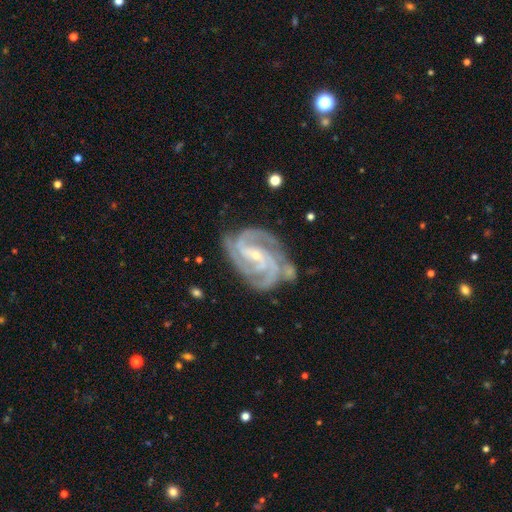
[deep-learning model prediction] Q: Smooth or featured?
A: featured or disk (94%); runner-up: star or artifact (4%)
Q: Edge-on disk?
A: no (98%); runner-up: yes (2%)
Q: Bar?
A: weak (39%); runner-up: no (31%)
Q: Spiral arms?
A: yes (99%); runner-up: no (1%)
Q: Spiral winding?
A: tight (55%); runner-up: medium (40%)
Q: Spiral arm count?
A: 3 (47%); runner-up: 4 (19%)
Q: Bulge size?
A: small (74%); runner-up: moderate (23%)
Q: Merging?
A: none (65%); runner-up: minor disturbance (22%)